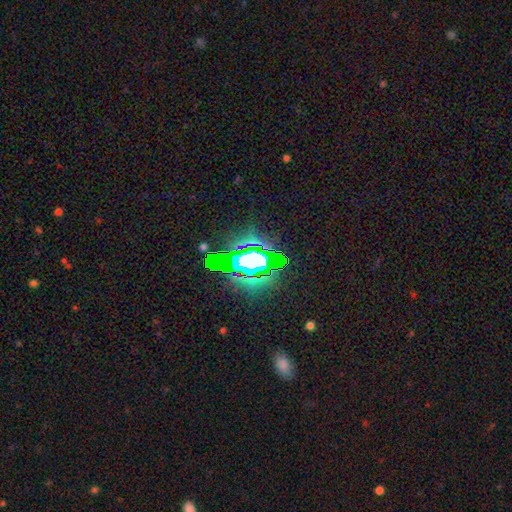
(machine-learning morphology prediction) This is likely a star or artifact rather than a galaxy (69%).